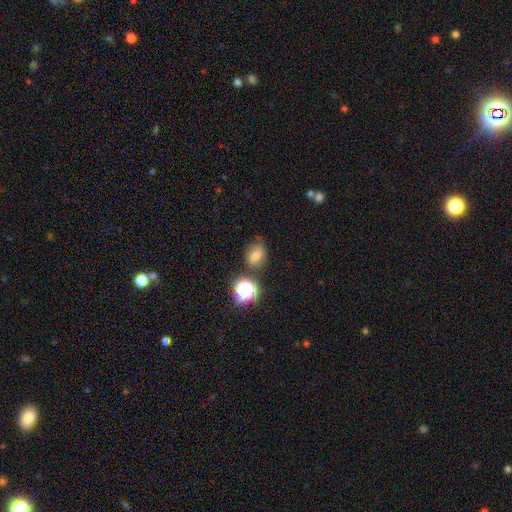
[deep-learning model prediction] smooth_or_featured: smooth (p=0.61) [alt: star or artifact p=0.25]
how_rounded: in between (p=0.51) [alt: round p=0.47]
merging: none (p=0.70) [alt: minor disturbance p=0.18]